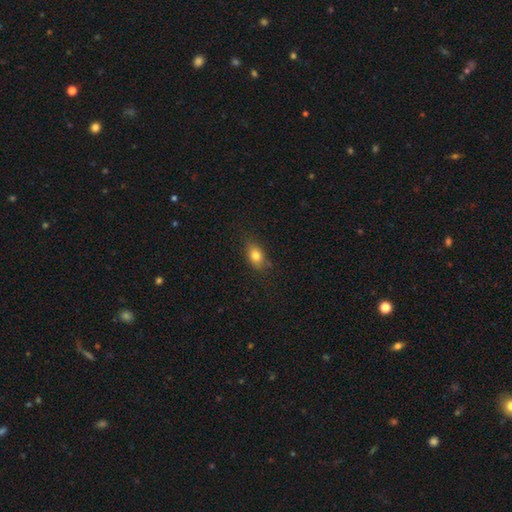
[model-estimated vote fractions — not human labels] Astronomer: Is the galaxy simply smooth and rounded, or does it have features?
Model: smooth — 78%.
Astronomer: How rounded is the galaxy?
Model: in between — 74%.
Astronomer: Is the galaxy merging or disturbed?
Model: none — 76%.